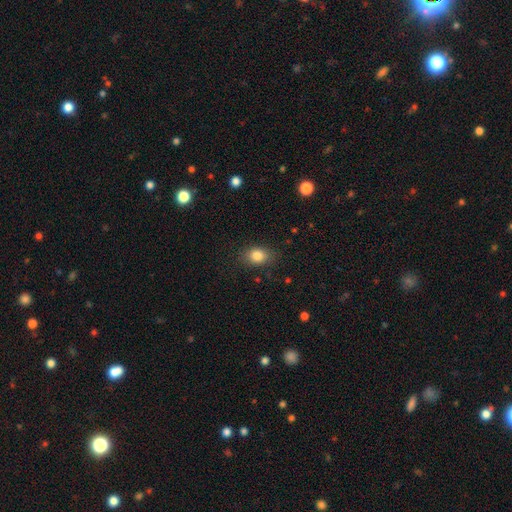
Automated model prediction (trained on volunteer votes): Morphology: type=smooth (83%); roundness=in between (64%); merging=none (82%).